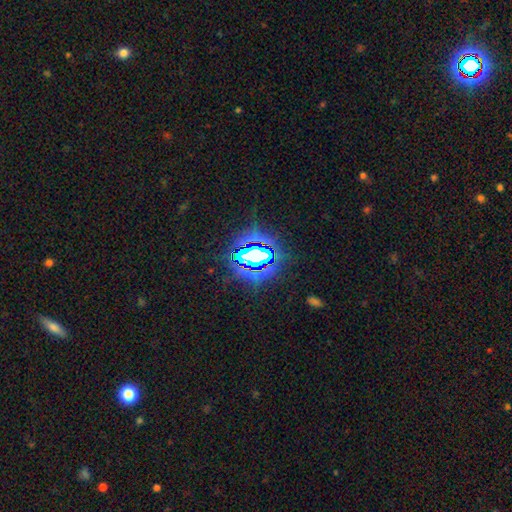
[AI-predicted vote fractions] The model was most divided on "smooth or featured": star or artifact: 73%, smooth: 15%, featured or disk: 12%.